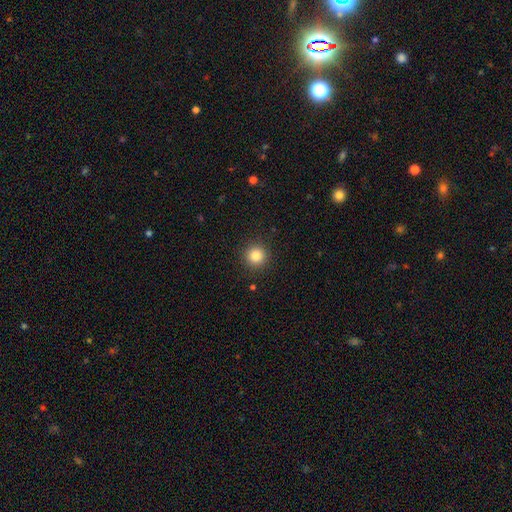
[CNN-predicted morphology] This is clearly a smooth galaxy (84%). How rounded: clearly round (95%). Merging: clearly none (91%).